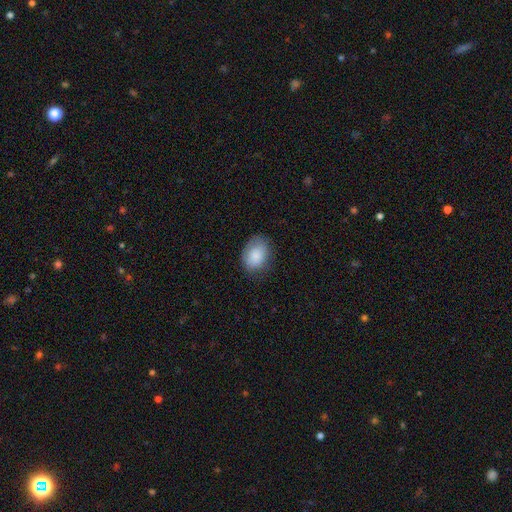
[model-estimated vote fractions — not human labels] Overall: smooth (85%). How rounded: in between (71%). Merging: none (74%).